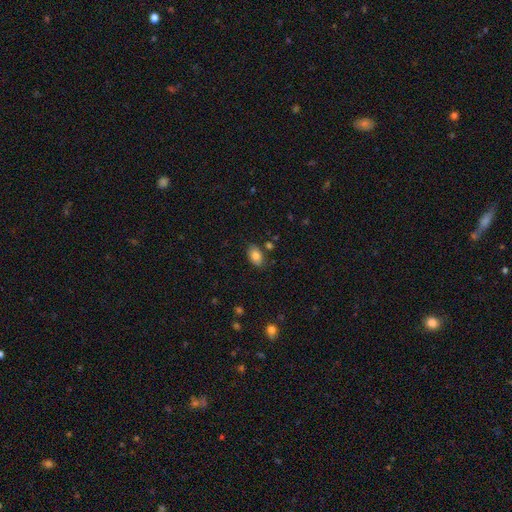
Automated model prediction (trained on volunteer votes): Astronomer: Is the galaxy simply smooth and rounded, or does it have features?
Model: smooth — 83%.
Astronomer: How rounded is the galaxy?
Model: in between — 89%.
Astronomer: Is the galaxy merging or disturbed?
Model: none — 82%.